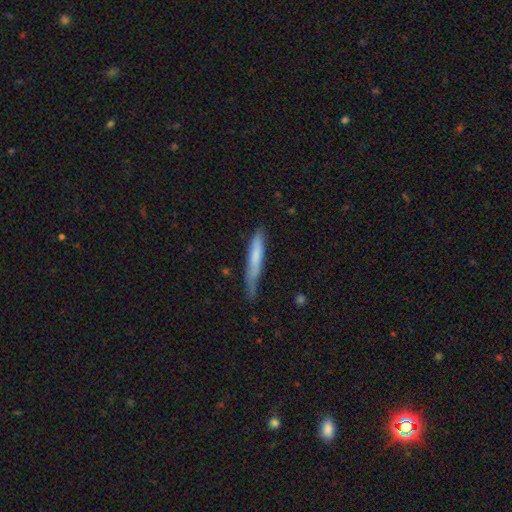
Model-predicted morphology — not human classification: smooth-or-featured: smooth: 68% | featured or disk: 26% | star or artifact: 6%
  how-rounded: cigar-shaped: 93% | in between: 5% | round: 1%
  merging: none: 61% | minor disturbance: 30% | major disturbance: 6% | merger: 2%